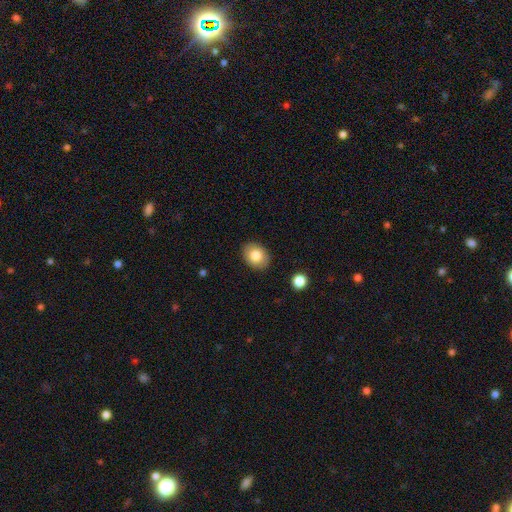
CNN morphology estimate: smooth-or-featured: smooth: 82% | featured or disk: 10% | star or artifact: 8%
  how-rounded: in between: 62% | round: 37% | cigar-shaped: 1%
  merging: none: 88% | minor disturbance: 9% | major disturbance: 2% | merger: 1%